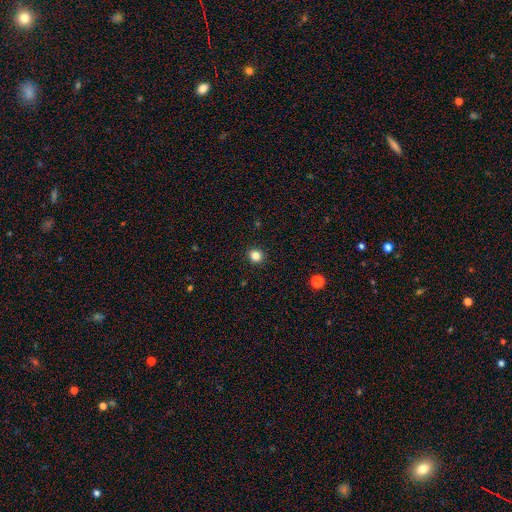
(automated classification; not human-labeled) smooth-or-featured: smooth: 83% | star or artifact: 12% | featured or disk: 4%
  how-rounded: round: 88% | in between: 11% | cigar-shaped: 1%
  merging: none: 92% | minor disturbance: 5% | major disturbance: 2% | merger: 1%